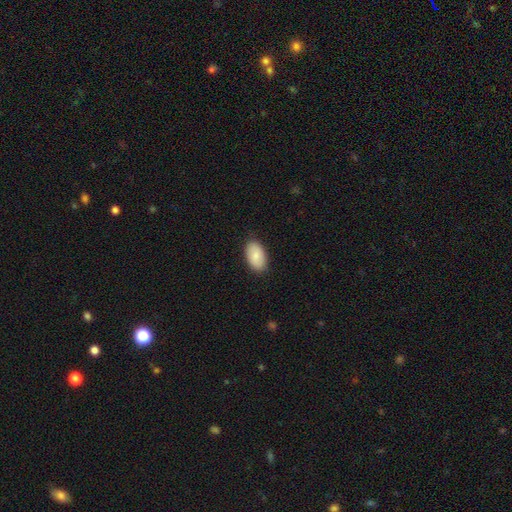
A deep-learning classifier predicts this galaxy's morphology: Smooth or featured? Predicted: smooth (p=0.85). How rounded? Predicted: in between (p=0.95). Merging? Predicted: none (p=0.87).